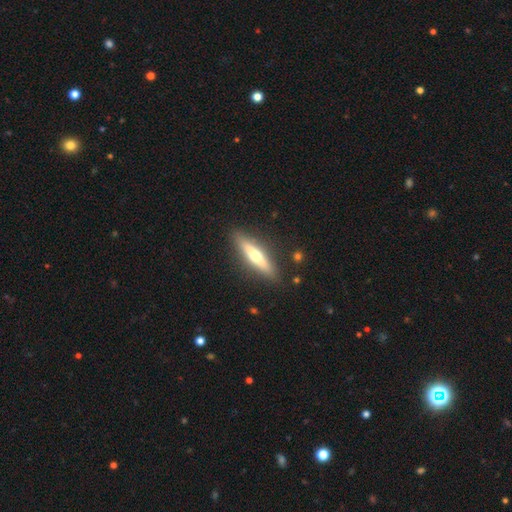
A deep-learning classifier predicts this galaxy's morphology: Smooth or featured? Predicted: featured or disk (p=0.51). Edge-on disk? Predicted: yes (p=0.91). Merging? Predicted: none (p=0.89).